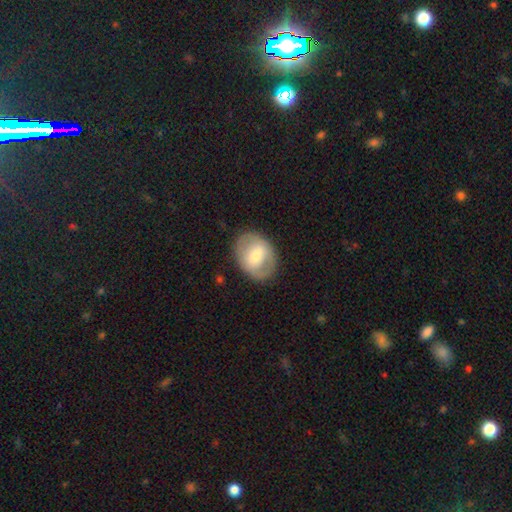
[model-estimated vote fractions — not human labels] Overall: featured or disk (47%, tied with smooth). Merging: none (80%).